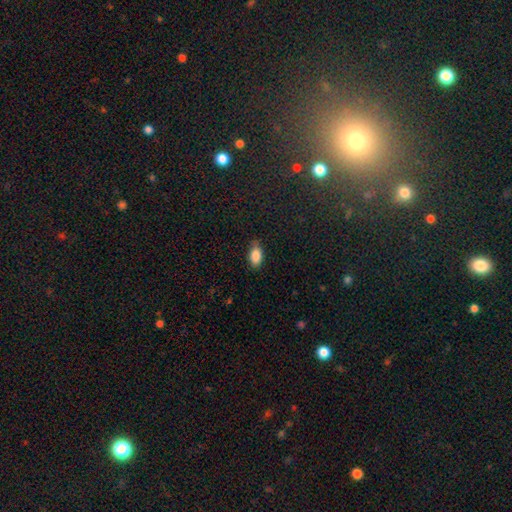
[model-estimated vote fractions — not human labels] A smooth galaxy with no disk features (87%) that is in between round and cigar-shaped (92%). Merging: none (79%).